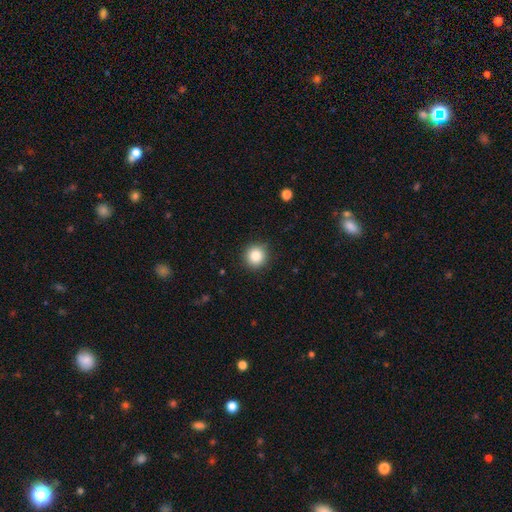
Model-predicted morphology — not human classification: Smooth or featured? Predicted: smooth (p=0.86). How rounded? Predicted: round (p=0.93). Merging? Predicted: none (p=0.90).